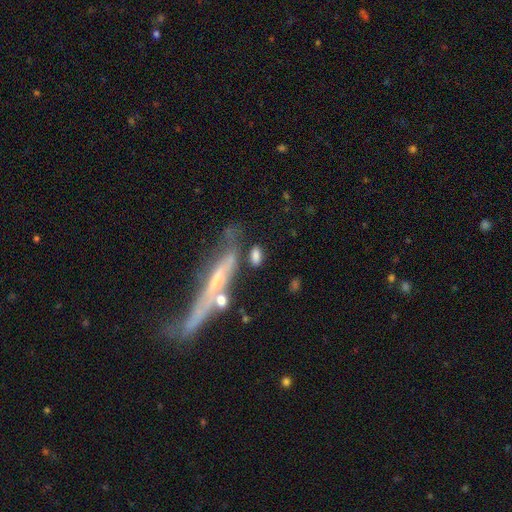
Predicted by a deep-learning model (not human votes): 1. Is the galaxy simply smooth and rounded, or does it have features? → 75% smooth, 17% featured or disk, 8% star or artifact.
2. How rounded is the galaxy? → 73% in between, 20% cigar-shaped, 7% round.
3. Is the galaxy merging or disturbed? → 56% none, 17% minor disturbance, 16% merger, 11% major disturbance.